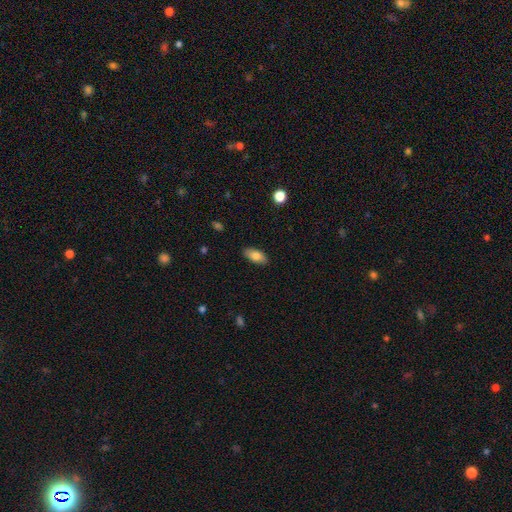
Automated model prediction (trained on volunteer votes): Smooth or featured: smooth — 81% (featured or disk — 12%)
How rounded: in between — 89% (cigar-shaped — 8%)
Merging: none — 88% (minor disturbance — 9%)